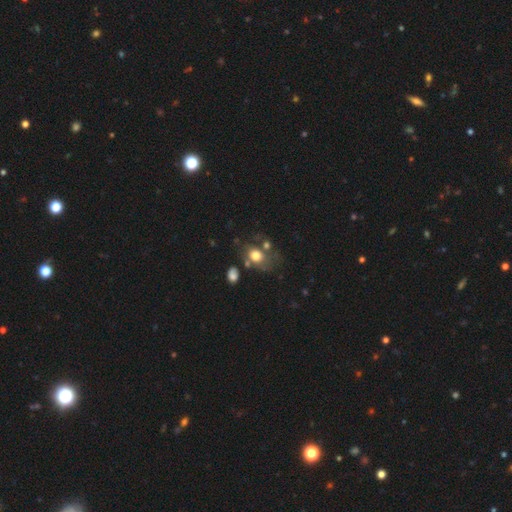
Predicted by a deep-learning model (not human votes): Smooth or featured: smooth — 69% (featured or disk — 20%)
How rounded: in between — 53% (round — 45%)
Merging: none — 41% (minor disturbance — 21%)